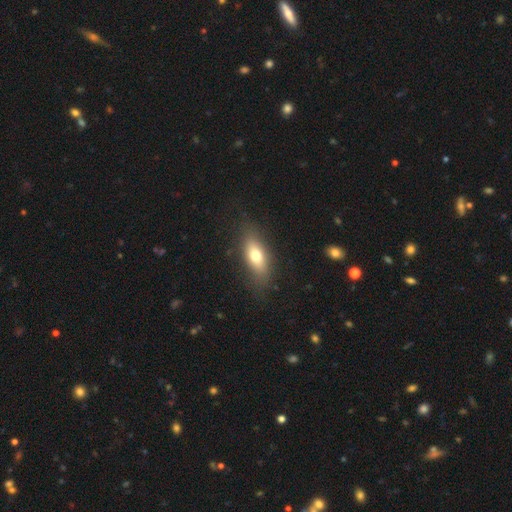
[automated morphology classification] Smooth or featured? smooth (70%)
How rounded? in between (75%)
Merging? none (79%)